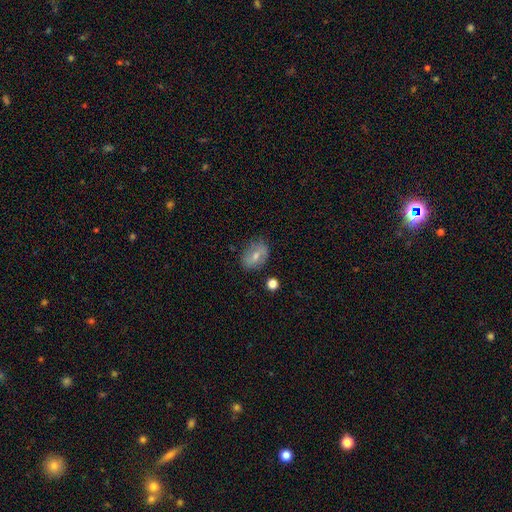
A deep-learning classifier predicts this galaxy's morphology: Smooth or featured? Predicted: smooth (p=0.57). How rounded? Predicted: in between (p=0.78). Merging? Predicted: none (p=0.73).